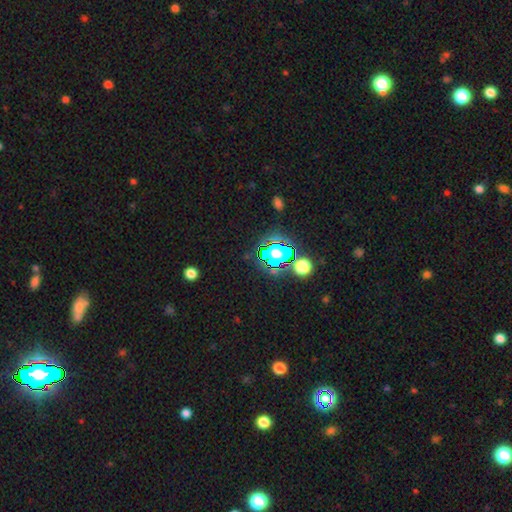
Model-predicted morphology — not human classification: Q: Smooth or featured?
A: star or artifact (78%); runner-up: smooth (14%)